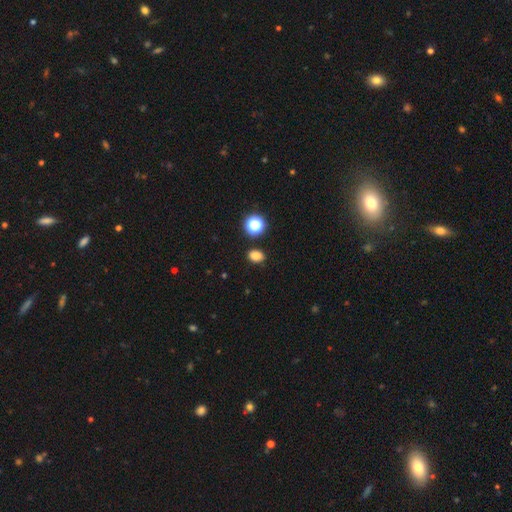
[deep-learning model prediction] Smooth or featured? smooth (80%)
How rounded? in between (64%)
Merging? none (87%)